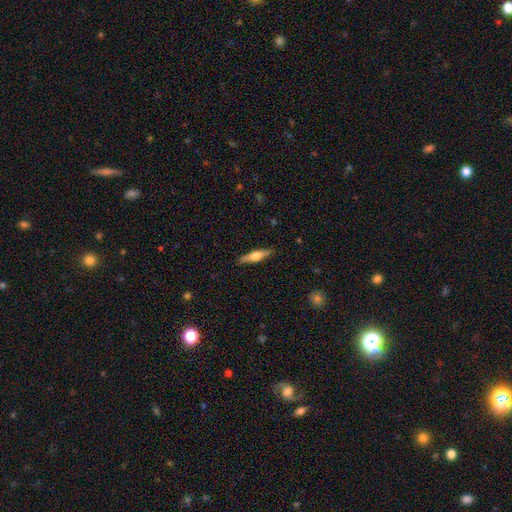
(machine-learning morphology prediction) featured or disk 53%, smooth 41%, star or artifact 6%. Down the decision tree: edge-on disk — yes (96%); edge-on bulge — rounded (90%); merging — none (90%).